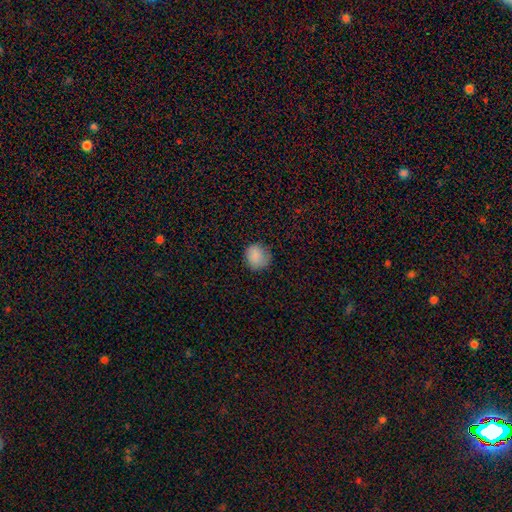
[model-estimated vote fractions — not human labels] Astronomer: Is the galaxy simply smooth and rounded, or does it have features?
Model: smooth — 86%.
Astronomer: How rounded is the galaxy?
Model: round — 89%.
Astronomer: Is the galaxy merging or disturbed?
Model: none — 77%.